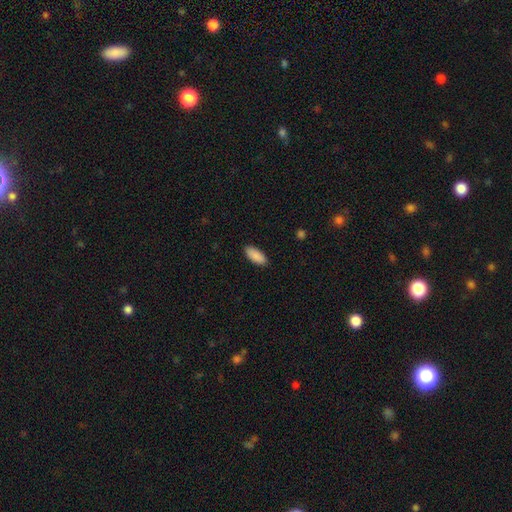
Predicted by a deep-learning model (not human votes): Smooth or featured? smooth (90%)
How rounded? in between (87%)
Merging? none (89%)